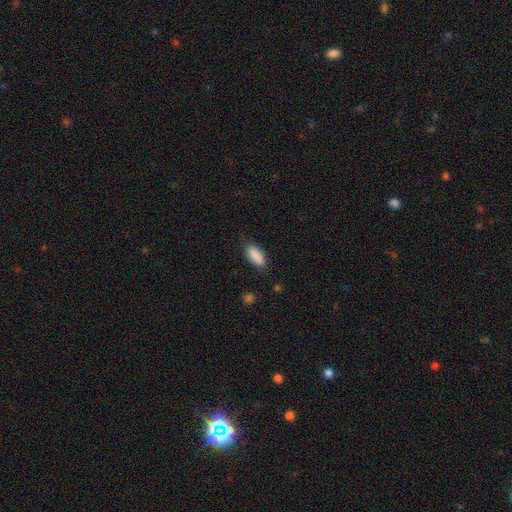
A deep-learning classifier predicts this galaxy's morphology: Q: Smooth or featured?
A: smooth (89%); runner-up: star or artifact (7%)
Q: How rounded?
A: in between (87%); runner-up: cigar-shaped (11%)
Q: Merging?
A: none (83%); runner-up: minor disturbance (13%)